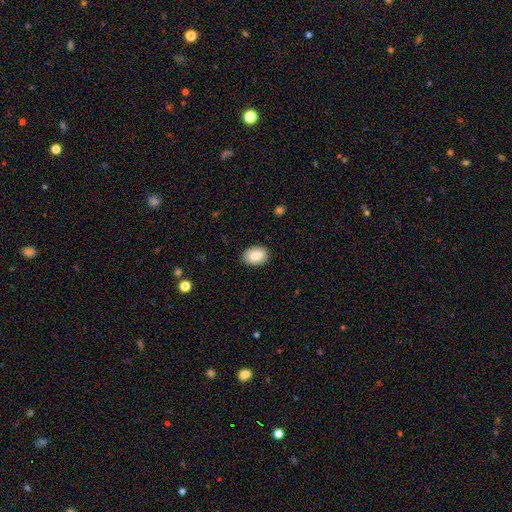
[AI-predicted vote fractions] Smooth or featured?
  - smooth: 85% *
  - featured or disk: 8%
  - star or artifact: 7%
How rounded?
  - in between: 80% *
  - round: 18%
  - cigar-shaped: 1%
Merging?
  - none: 87% *
  - minor disturbance: 10%
  - major disturbance: 2%
  - merger: 1%